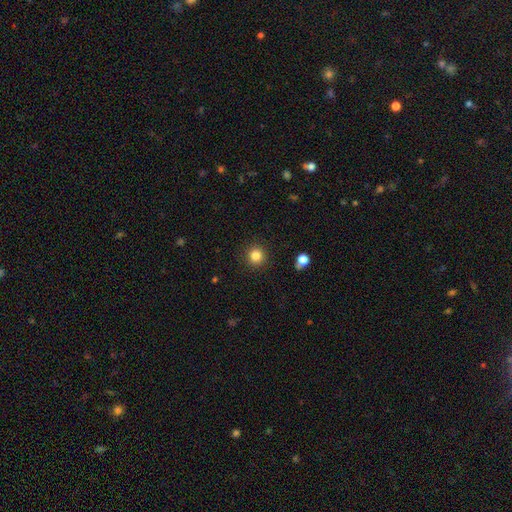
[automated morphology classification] The model was most divided on "smooth or featured": smooth: 84%, star or artifact: 11%, featured or disk: 5%. More confident: how rounded — round (94%); merging — none (91%).